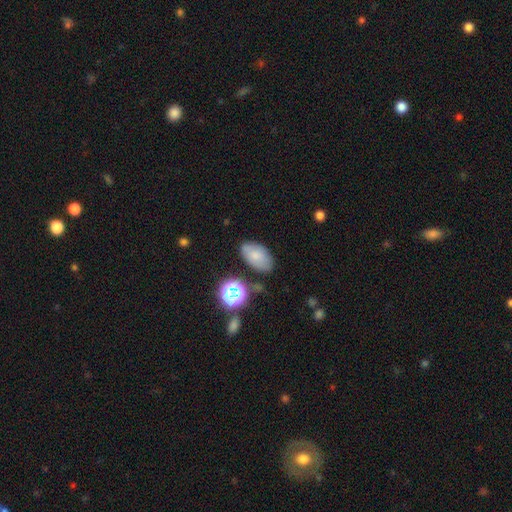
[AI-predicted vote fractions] smooth_or_featured: smooth (p=0.73) [alt: featured or disk p=0.15]
how_rounded: in between (p=0.92) [alt: round p=0.07]
merging: none (p=0.72) [alt: minor disturbance p=0.18]